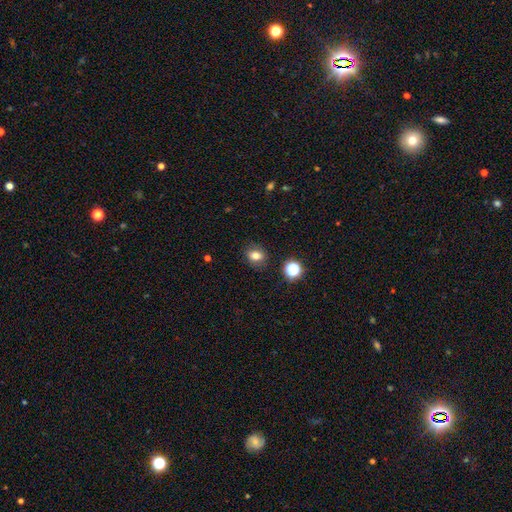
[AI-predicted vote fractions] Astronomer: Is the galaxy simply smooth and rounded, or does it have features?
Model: smooth — 75%.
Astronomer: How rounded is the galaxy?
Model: in between — 49%, tied with round at 49%.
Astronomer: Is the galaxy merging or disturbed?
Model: none — 84%.